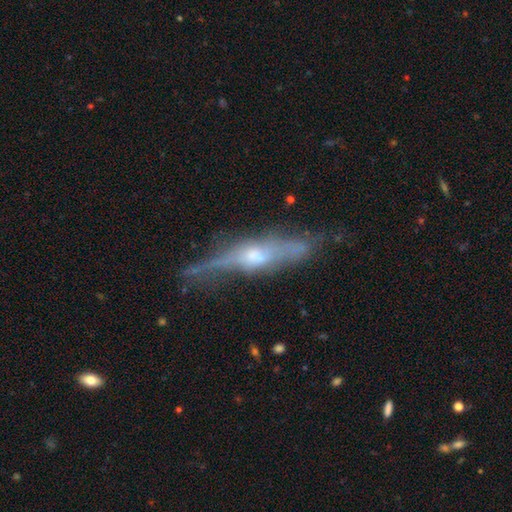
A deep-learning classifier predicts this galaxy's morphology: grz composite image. It shows a featured or disk galaxy (73%) viewed edge-on (89%) with a rounded central bulge (80%). Merging: none (62%).